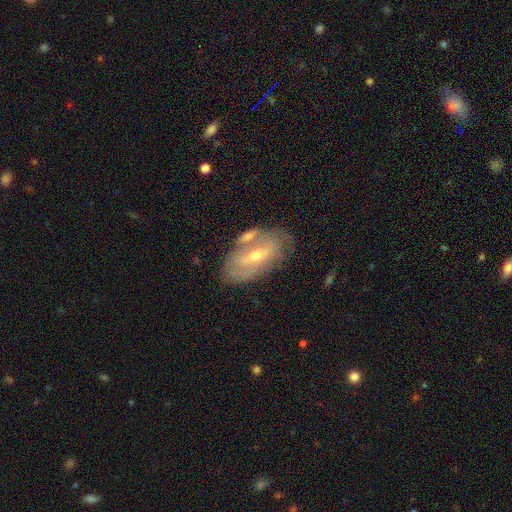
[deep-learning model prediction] A featured or disk galaxy (69%) with a strong bar (39%), spiral arms (51%) and a moderate central bulge (49%). Merging: none (57%).